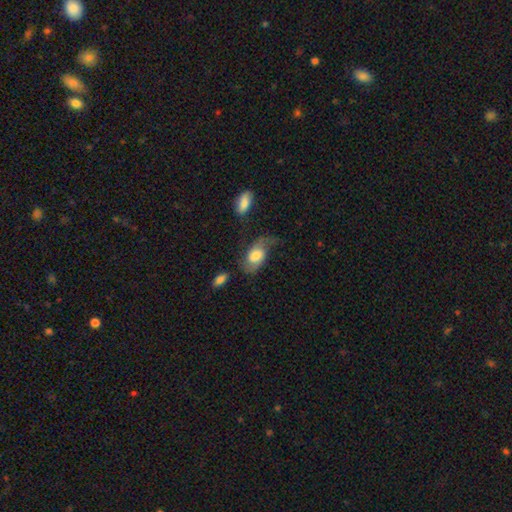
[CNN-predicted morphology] Smooth or featured?
  - featured or disk: 52% *
  - smooth: 40%
  - star or artifact: 7%
Edge-on disk?
  - no: 94% *
  - yes: 6%
Merging?
  - none: 46% *
  - minor disturbance: 26%
  - major disturbance: 24%
  - merger: 5%